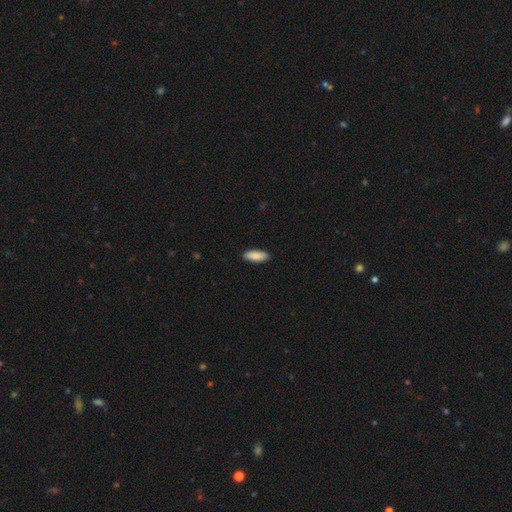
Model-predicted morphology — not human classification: Smooth or featured?
  - smooth: 89% *
  - star or artifact: 5%
  - featured or disk: 5%
How rounded?
  - in between: 70% *
  - cigar-shaped: 28%
  - round: 2%
Merging?
  - none: 90% *
  - minor disturbance: 7%
  - major disturbance: 2%
  - merger: 1%